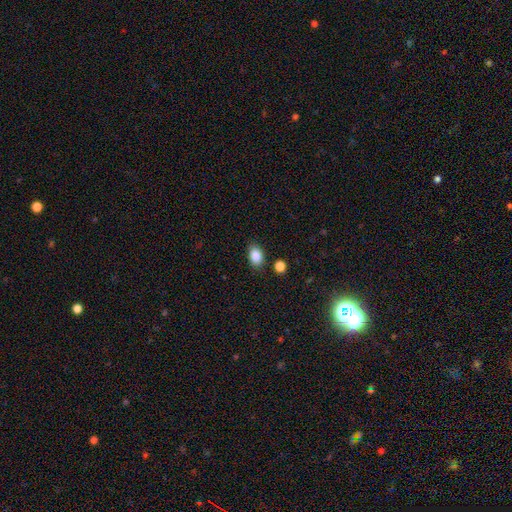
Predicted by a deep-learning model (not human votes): Q: Smooth or featured?
A: smooth (87%); runner-up: star or artifact (8%)
Q: How rounded?
A: in between (83%); runner-up: round (15%)
Q: Merging?
A: none (82%); runner-up: minor disturbance (11%)